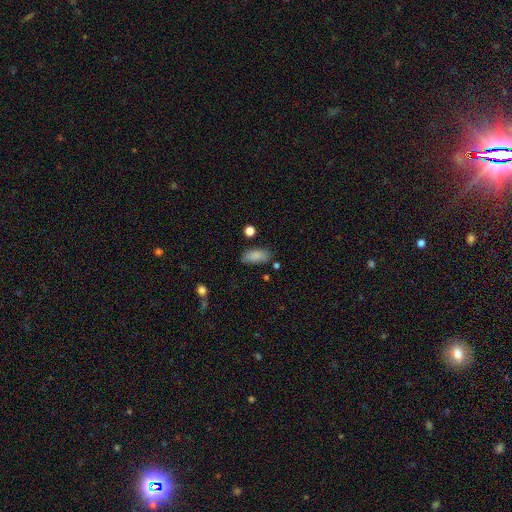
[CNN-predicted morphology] type=smooth (86%); roundness=in between (87%); merging=none (76%).